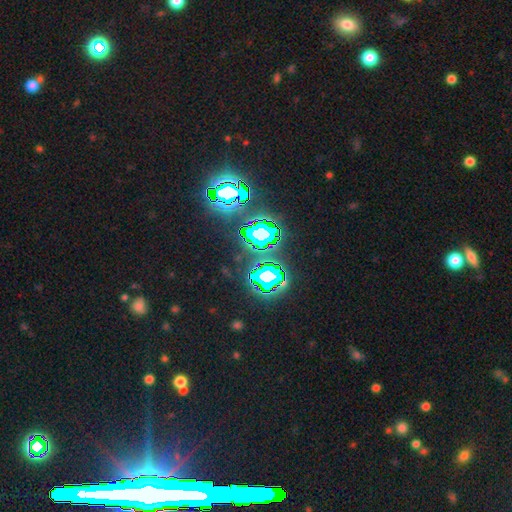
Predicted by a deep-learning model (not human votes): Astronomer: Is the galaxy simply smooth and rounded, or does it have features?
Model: star or artifact — 84%.